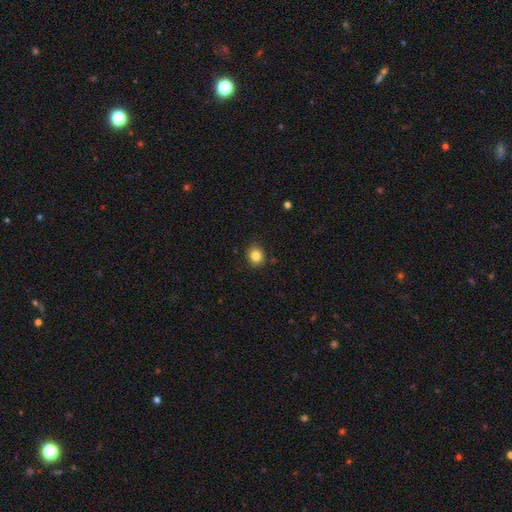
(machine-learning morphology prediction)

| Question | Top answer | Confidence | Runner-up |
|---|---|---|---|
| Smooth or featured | smooth | 84% | star or artifact (11%) |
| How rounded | round | 77% | in between (22%) |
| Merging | none | 88% | minor disturbance (8%) |